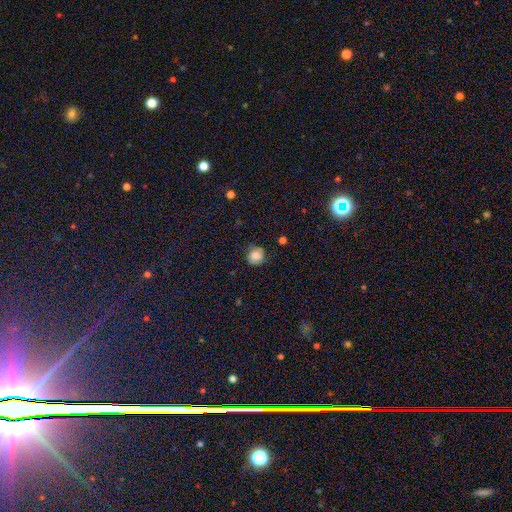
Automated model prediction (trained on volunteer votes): Smooth or featured? smooth (79%)
How rounded? round (84%)
Merging? none (71%)